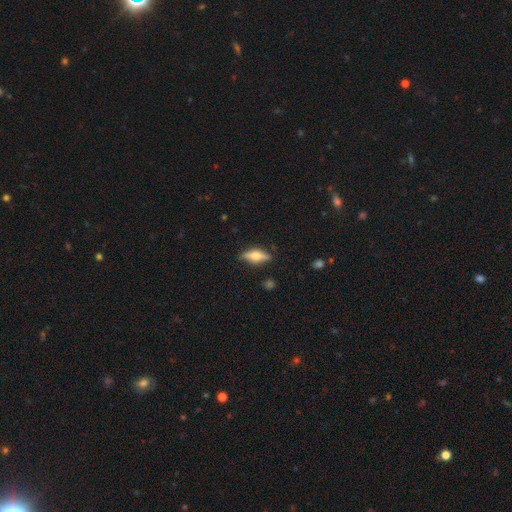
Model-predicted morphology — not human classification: Overall: featured or disk (54%; smooth 39%). Edge-on disk: yes (90%). Merging: none (80%).